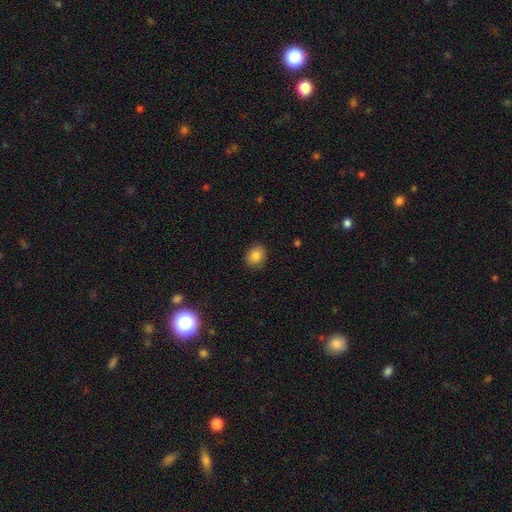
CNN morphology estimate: Overall: smooth (83%). How rounded: round (54%; in between 45%). Merging: none (86%).